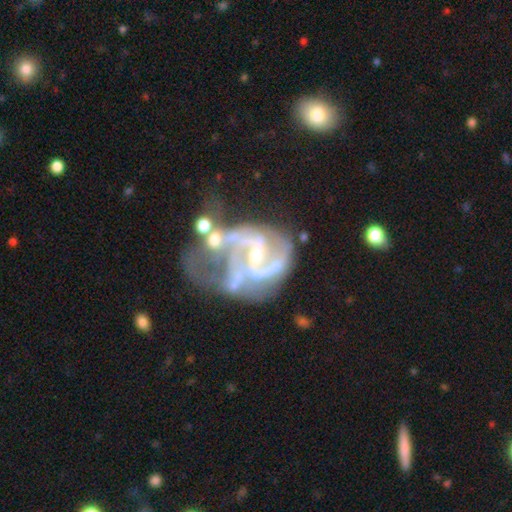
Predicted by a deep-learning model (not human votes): Morphology: type=featured or disk (85%); edge-on=no (98%); bar=weak (42%); spiral arms=yes (81%); winding=medium (44%); arm count=2 (51%); bulge=small (53%); merging=major disturbance (39%).